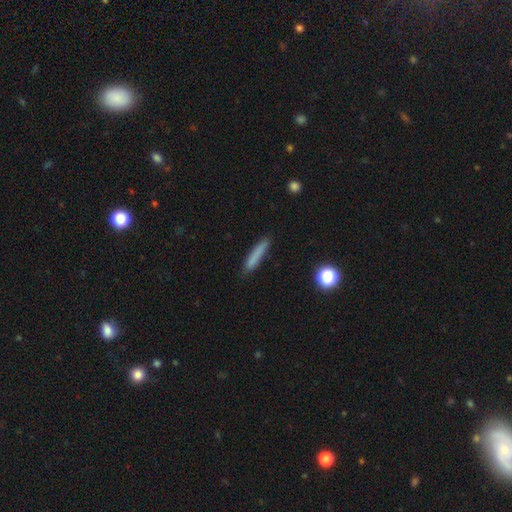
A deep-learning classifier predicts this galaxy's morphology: This is likely a smooth galaxy (78%). How rounded: clearly cigar-shaped (92%). Merging: clearly none (84%).